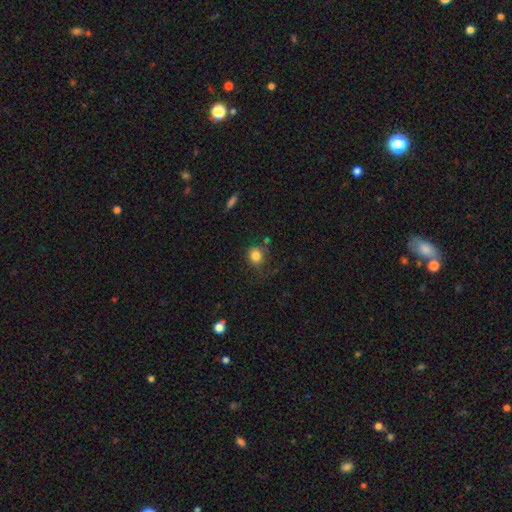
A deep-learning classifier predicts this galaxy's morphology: Smooth or featured? smooth (82%)
How rounded? round (72%)
Merging? none (70%)